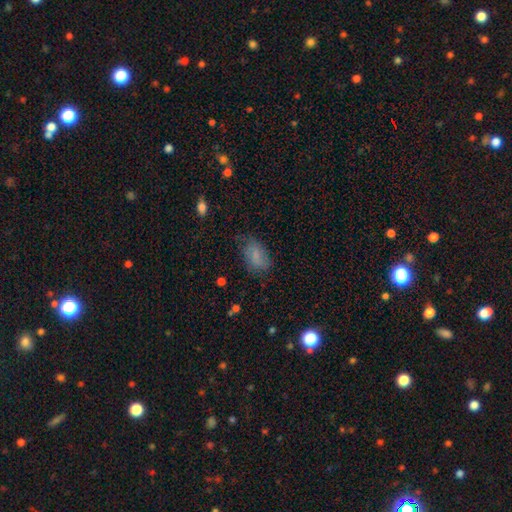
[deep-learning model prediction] This is likely a smooth galaxy (72%). How rounded: clearly in between (89%). Merging: likely none (67%).